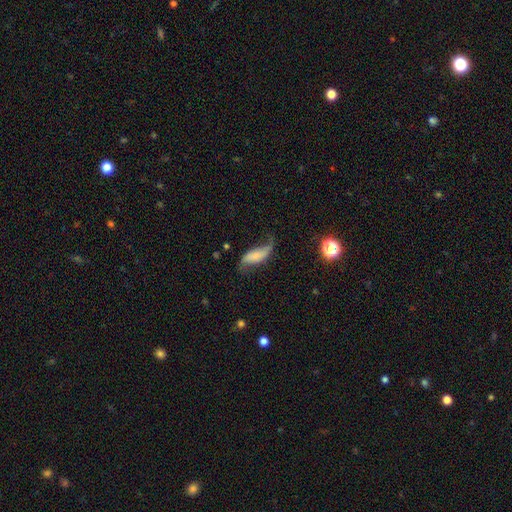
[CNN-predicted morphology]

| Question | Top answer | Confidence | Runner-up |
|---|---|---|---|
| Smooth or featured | featured or disk | 61% | smooth (31%) |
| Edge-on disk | no | 89% | yes (11%) |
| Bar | no | 55% | weak (26%) |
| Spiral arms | yes | 88% | no (12%) |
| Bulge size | small | 58% | moderate (22%) |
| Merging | none | 51% | minor disturbance (27%) |